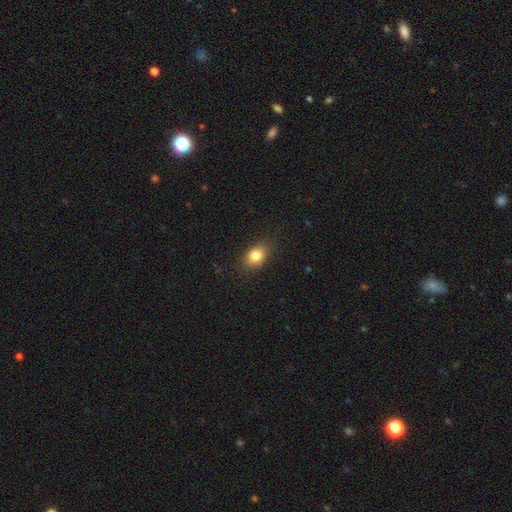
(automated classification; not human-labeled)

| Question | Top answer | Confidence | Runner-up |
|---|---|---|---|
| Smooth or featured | smooth | 83% | star or artifact (10%) |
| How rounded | in between | 73% | round (25%) |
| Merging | none | 85% | minor disturbance (11%) |